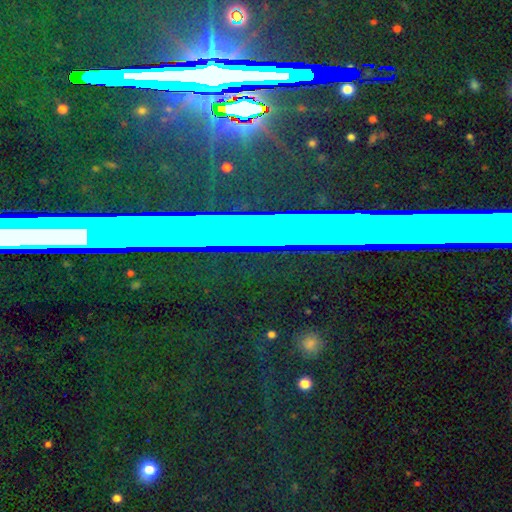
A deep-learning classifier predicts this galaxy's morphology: star or artifact 77%, featured or disk 12%, smooth 11%.